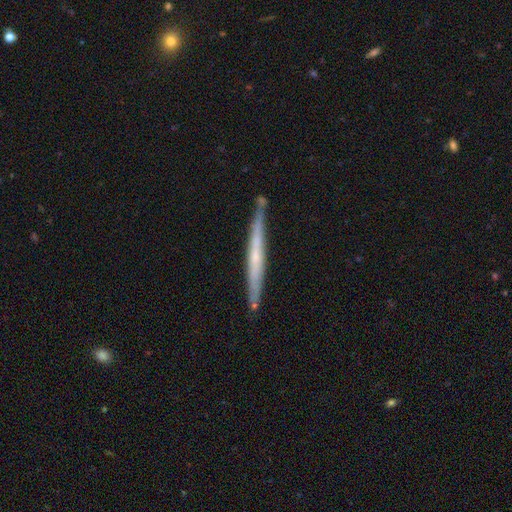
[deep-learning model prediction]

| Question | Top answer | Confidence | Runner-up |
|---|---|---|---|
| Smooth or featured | featured or disk | 61% | smooth (33%) |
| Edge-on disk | yes | 96% | no (4%) |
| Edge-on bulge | none | 67% | rounded (28%) |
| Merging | none | 85% | minor disturbance (11%) |